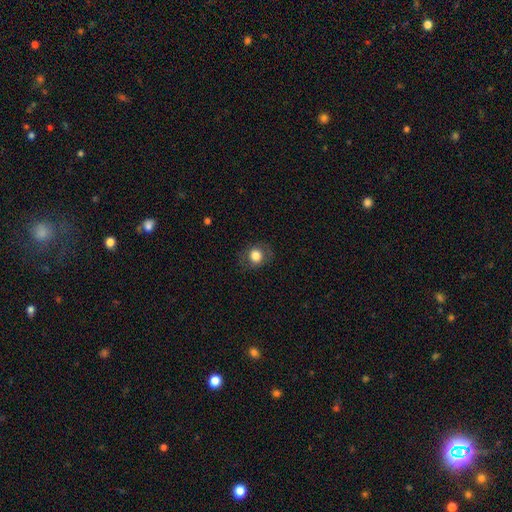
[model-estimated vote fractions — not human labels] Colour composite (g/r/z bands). It shows a smooth galaxy with no disk features (78%) that is round (73%). Merging: none (81%).